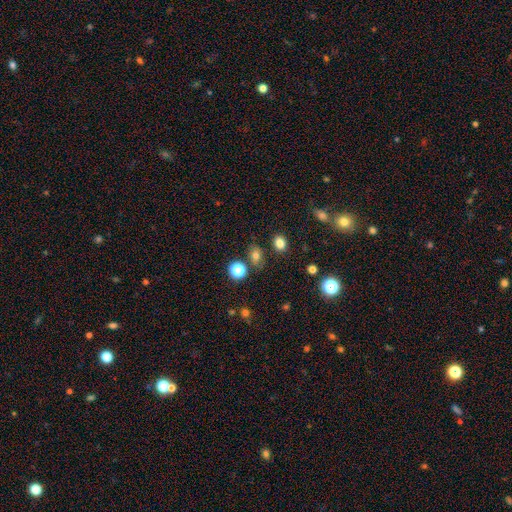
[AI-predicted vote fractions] Morphology: type=smooth (73%); roundness=in between (56%); merging=none (79%).